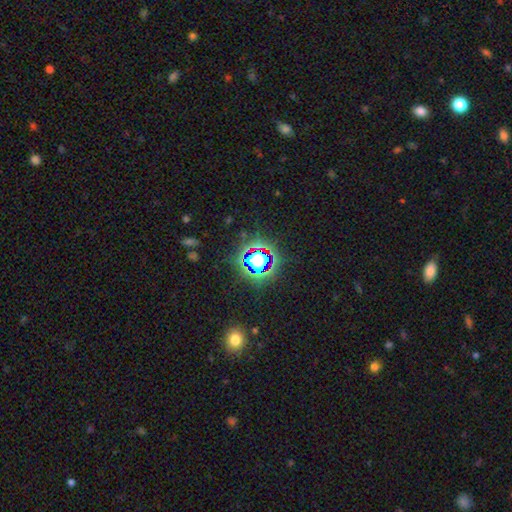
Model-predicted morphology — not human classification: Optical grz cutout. It shows a star or artifact, not a galaxy (76%).